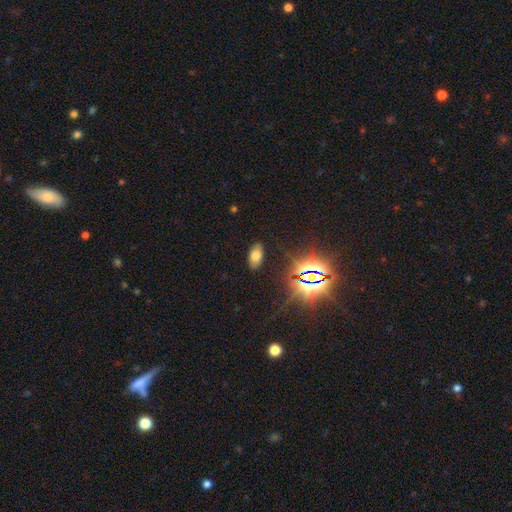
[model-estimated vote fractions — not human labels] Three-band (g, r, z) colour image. It shows a smooth galaxy with no disk features (65%) that is in between round and cigar-shaped (93%). Merging: none (87%).